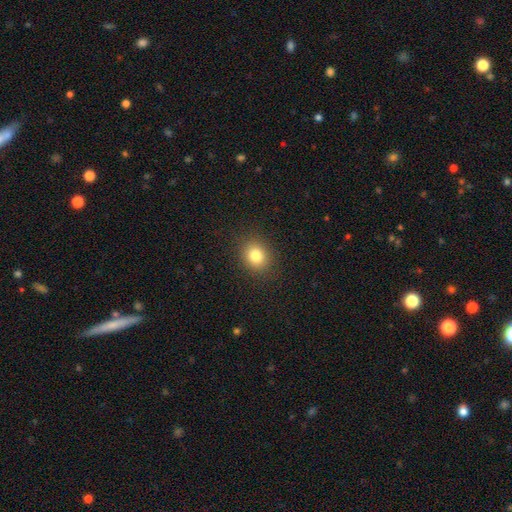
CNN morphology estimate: A smooth galaxy with no disk features (81%) that is round (68%).

Vote fractions:
- Smooth or featured? smooth: 81% / star or artifact: 12% / featured or disk: 7%
- How rounded? round: 68% / in between: 31% / cigar-shaped: 1%
- Merging? none: 89% / minor disturbance: 7% / major disturbance: 3% / merger: 1%